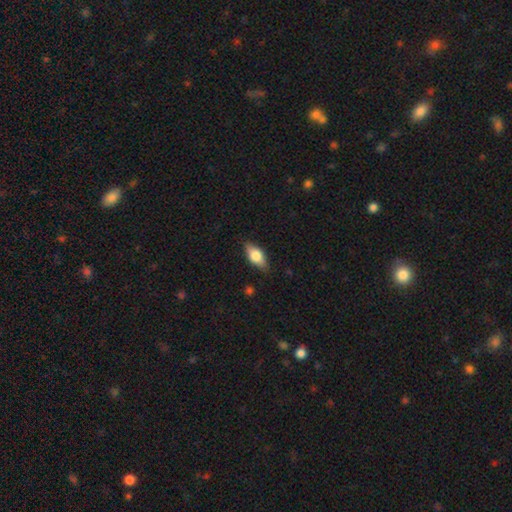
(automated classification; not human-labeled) Smooth or featured?
  - smooth: 67% *
  - featured or disk: 26%
  - star or artifact: 7%
How rounded?
  - in between: 83% *
  - cigar-shaped: 13%
  - round: 4%
Merging?
  - none: 83% *
  - minor disturbance: 14%
  - major disturbance: 3%
  - merger: 1%